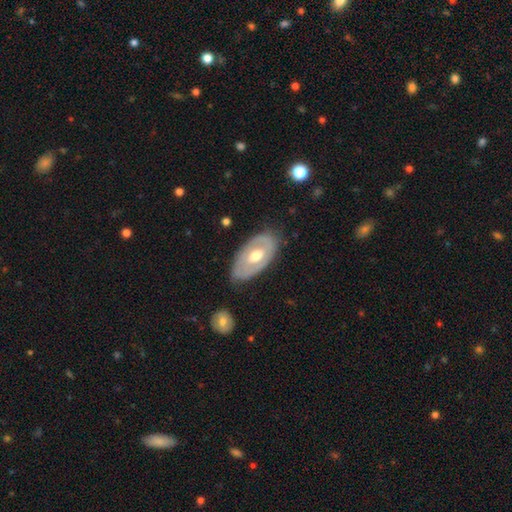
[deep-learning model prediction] Smooth or featured: featured or disk — 62% (smooth — 33%)
Edge-on disk: no — 89% (yes — 11%)
Bar: no — 69% (weak — 23%)
Spiral arms: no — 71% (yes — 29%)
Bulge size: moderate — 75% (large — 13%)
Merging: none — 75% (minor disturbance — 18%)